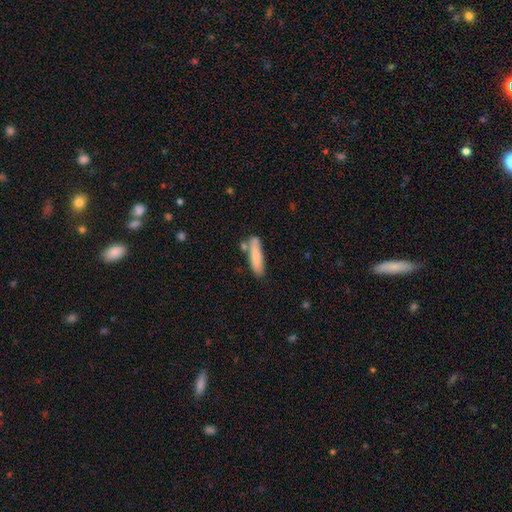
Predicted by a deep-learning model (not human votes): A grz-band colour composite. It shows a smooth galaxy with no disk features (80%) that is cigar-shaped (72%). Merging: none (66%).